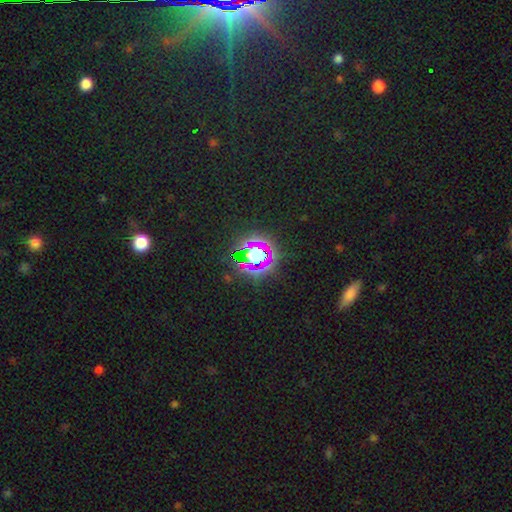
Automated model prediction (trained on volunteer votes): smooth_or_featured: star or artifact (p=0.61) [alt: smooth p=0.23]